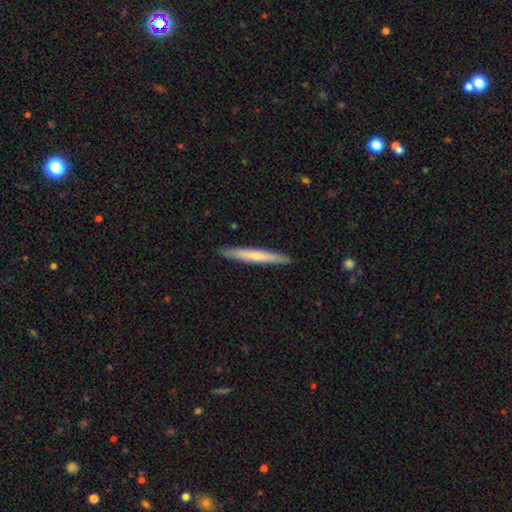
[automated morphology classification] Smooth or featured?
  - smooth: 62% *
  - featured or disk: 33%
  - star or artifact: 5%
How rounded?
  - cigar-shaped: 96% *
  - in between: 3%
  - round: 1%
Merging?
  - none: 91% *
  - minor disturbance: 6%
  - major disturbance: 1%
  - merger: 1%